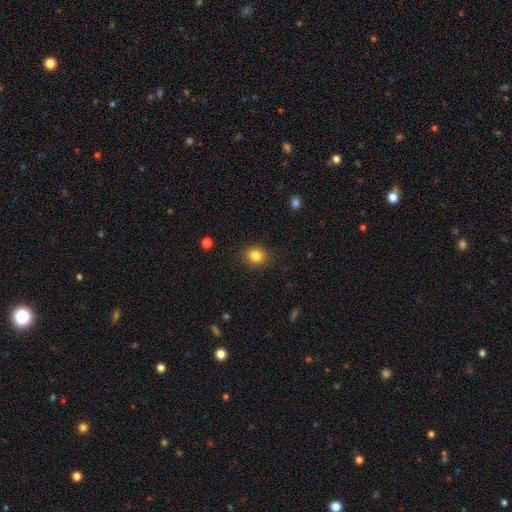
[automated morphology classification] Smooth or featured: smooth — 84% (star or artifact — 10%)
How rounded: round — 73% (in between — 27%)
Merging: none — 88% (minor disturbance — 8%)